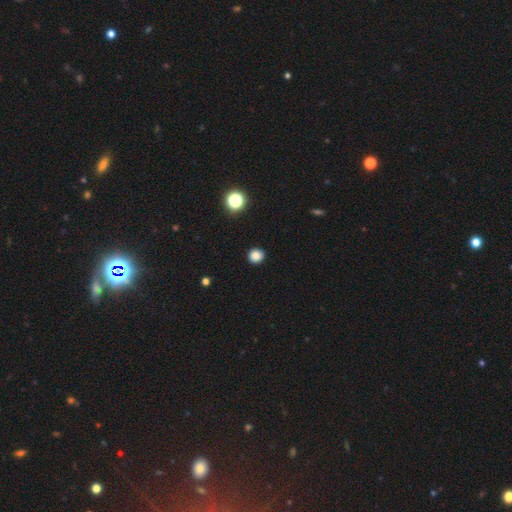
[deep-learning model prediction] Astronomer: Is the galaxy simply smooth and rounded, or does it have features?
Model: smooth — 85%.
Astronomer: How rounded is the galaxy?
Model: round — 91%.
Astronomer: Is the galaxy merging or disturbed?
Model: none — 93%.